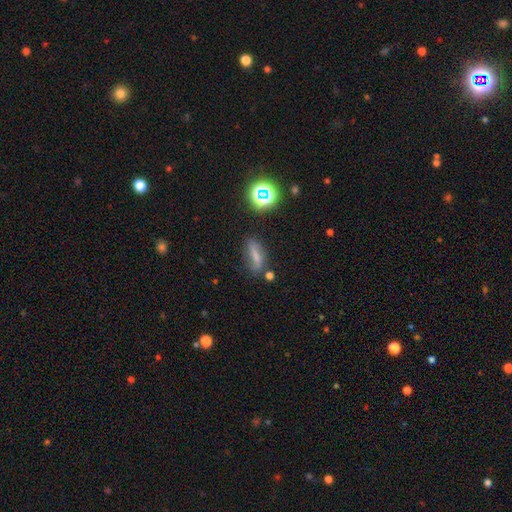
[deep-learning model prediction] Smooth or featured? Predicted: smooth (p=0.54). How rounded? Predicted: in between (p=0.51). Merging? Predicted: none (p=0.62).